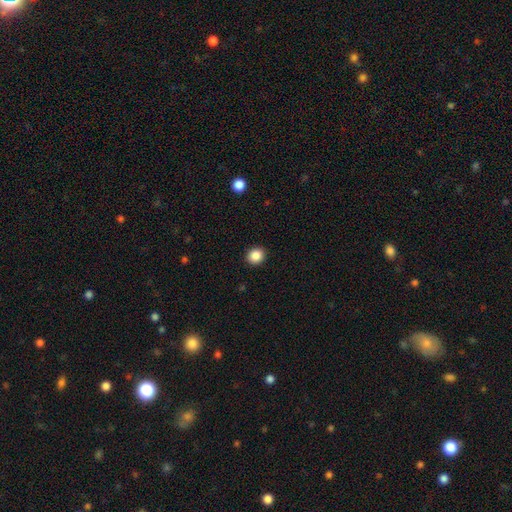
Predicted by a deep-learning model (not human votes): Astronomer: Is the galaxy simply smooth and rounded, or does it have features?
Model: smooth — 87%.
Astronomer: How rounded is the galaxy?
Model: round — 79%.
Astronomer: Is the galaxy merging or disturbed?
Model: none — 91%.